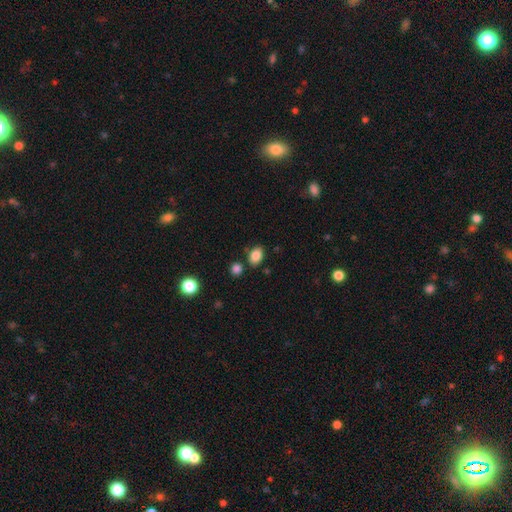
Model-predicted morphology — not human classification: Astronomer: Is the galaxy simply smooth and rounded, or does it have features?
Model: smooth — 85%.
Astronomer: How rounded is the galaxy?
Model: in between — 77%.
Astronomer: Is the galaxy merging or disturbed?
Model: none — 78%.